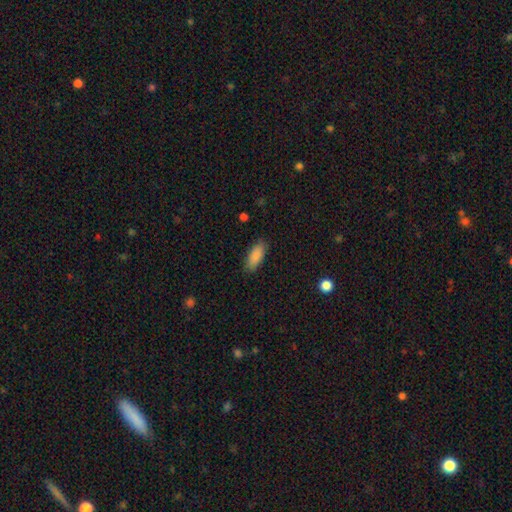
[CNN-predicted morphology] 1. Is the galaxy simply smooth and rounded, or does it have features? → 88% smooth, 7% star or artifact, 5% featured or disk.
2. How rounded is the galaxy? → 81% in between, 17% cigar-shaped, 2% round.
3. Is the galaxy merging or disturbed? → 87% none, 10% minor disturbance, 2% major disturbance, 1% merger.